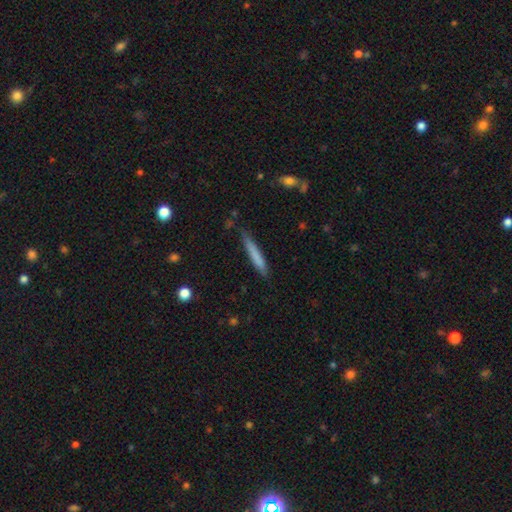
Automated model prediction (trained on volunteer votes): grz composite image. It shows a smooth galaxy with no disk features (75%) that is cigar-shaped (95%). Merging: none (78%).